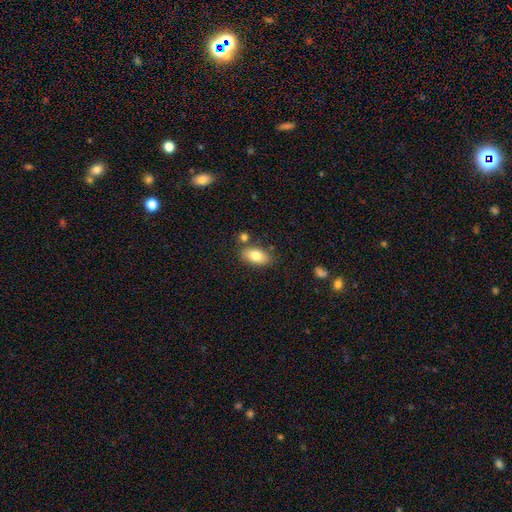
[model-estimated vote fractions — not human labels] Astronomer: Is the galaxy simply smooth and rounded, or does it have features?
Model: smooth — 81%.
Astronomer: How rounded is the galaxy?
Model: in between — 91%.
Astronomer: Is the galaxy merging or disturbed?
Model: none — 76%.